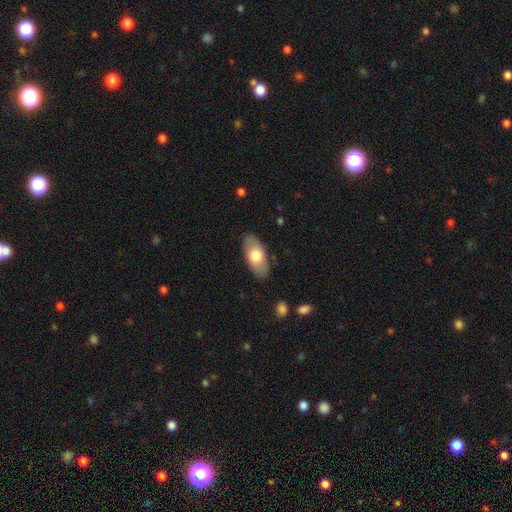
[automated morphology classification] Smooth or featured? Predicted: smooth (p=0.71). How rounded? Predicted: in between (p=0.91). Merging? Predicted: none (p=0.86).